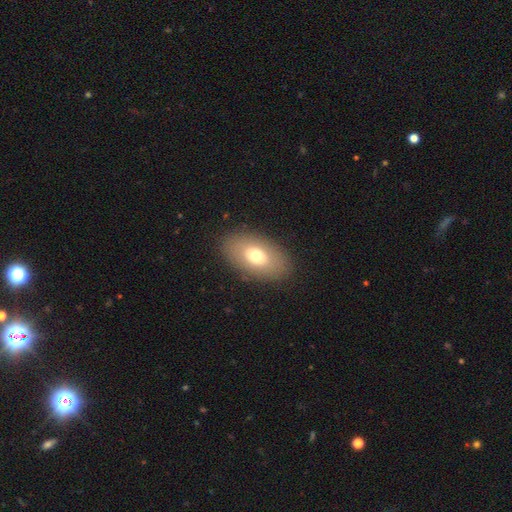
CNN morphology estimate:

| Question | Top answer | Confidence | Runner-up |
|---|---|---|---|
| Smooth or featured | smooth | 69% | featured or disk (22%) |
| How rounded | in between | 91% | round (7%) |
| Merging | none | 87% | minor disturbance (8%) |